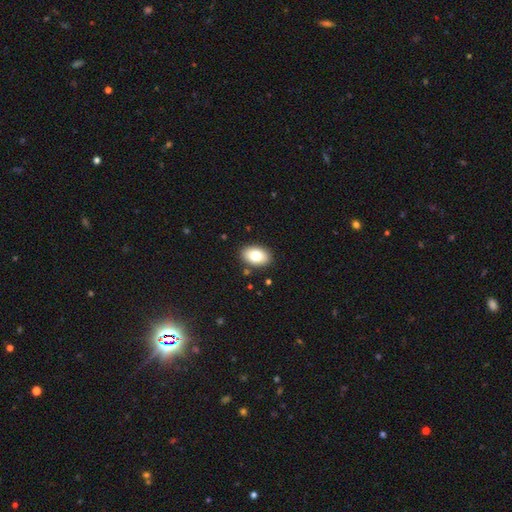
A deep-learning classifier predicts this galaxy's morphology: Overall: smooth (80%). How rounded: in between (88%). Merging: none (88%).